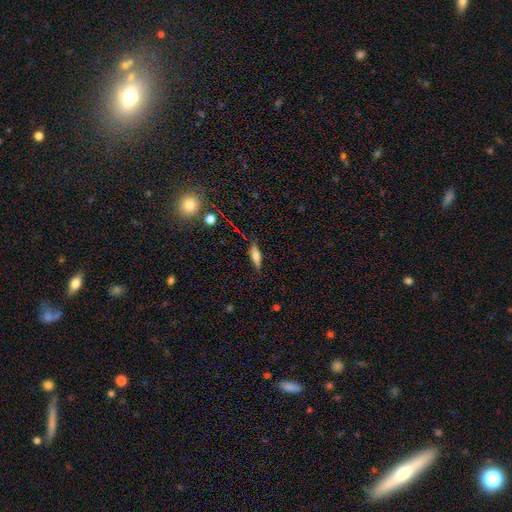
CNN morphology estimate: smooth_or_featured: smooth (p=0.57) [alt: featured or disk p=0.35]
how_rounded: cigar-shaped (p=0.60) [alt: in between p=0.37]
merging: none (p=0.83) [alt: minor disturbance p=0.12]